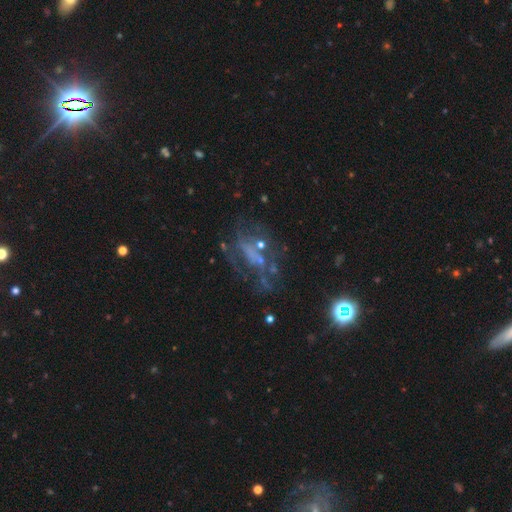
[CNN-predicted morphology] smooth-or-featured: featured or disk: 56% | star or artifact: 28% | smooth: 16%
  disk-edge-on: no: 87% | yes: 13%
  merging: none: 47% | major disturbance: 30% | minor disturbance: 17% | merger: 7%